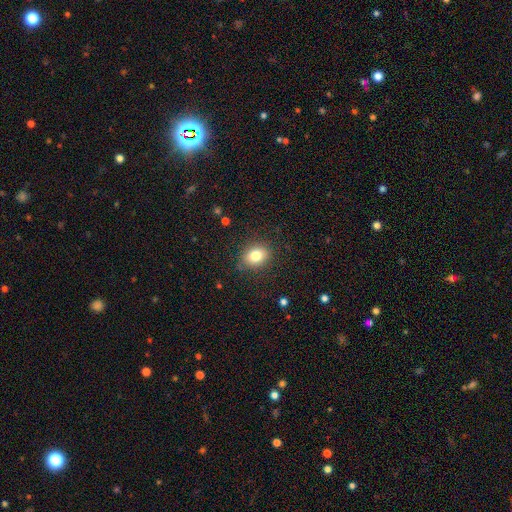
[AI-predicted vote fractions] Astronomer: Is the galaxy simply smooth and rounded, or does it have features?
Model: smooth — 80%.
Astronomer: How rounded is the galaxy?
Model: in between — 59% (runner-up: round, 40%).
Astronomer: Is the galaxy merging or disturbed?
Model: none — 84%.